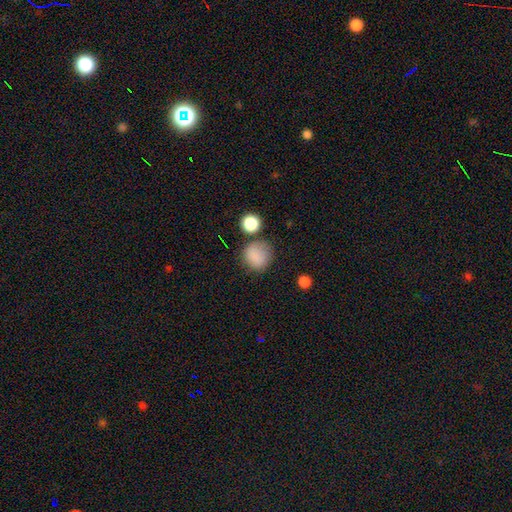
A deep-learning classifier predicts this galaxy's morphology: Smooth or featured?
  - smooth: 85% *
  - star or artifact: 10%
  - featured or disk: 5%
How rounded?
  - round: 86% *
  - in between: 13%
  - cigar-shaped: 1%
Merging?
  - none: 70% *
  - minor disturbance: 17%
  - merger: 6%
  - major disturbance: 6%